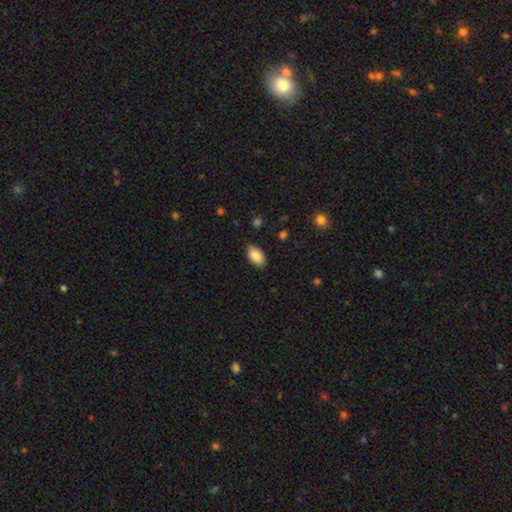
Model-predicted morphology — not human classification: The model was most divided on "merging": none: 87%, minor disturbance: 10%, major disturbance: 2%, merger: 1%. More confident: how rounded — in between (94%); smooth or featured — smooth (86%).